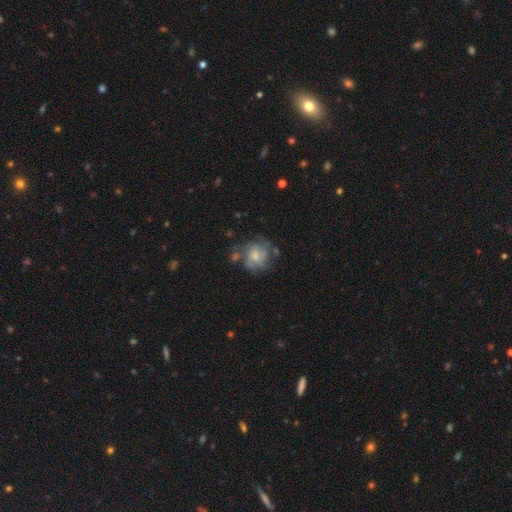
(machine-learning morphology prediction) smooth-or-featured: featured or disk: 62% | smooth: 29% | star or artifact: 9%
  disk-edge-on: no: 98% | yes: 2%
    bar: no: 74% | weak: 23% | strong: 3%
    has-spiral-arms: yes: 71% | no: 29%
    bulge-size: small: 47% | moderate: 41% | none: 6% | large: 4% | dominant: 1%
  merging: none: 55% | minor disturbance: 21% | major disturbance: 16% | merger: 7%